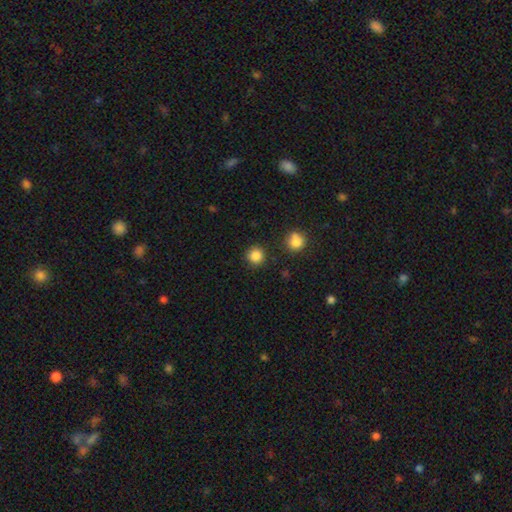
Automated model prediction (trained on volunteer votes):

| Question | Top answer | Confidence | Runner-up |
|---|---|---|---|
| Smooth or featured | smooth | 86% | star or artifact (11%) |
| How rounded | round | 93% | in between (6%) |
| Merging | none | 88% | minor disturbance (7%) |